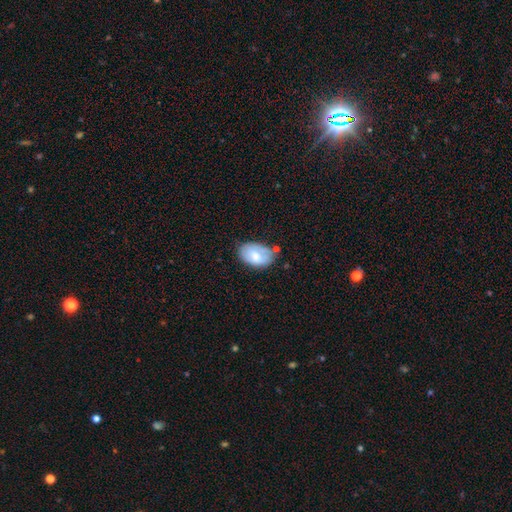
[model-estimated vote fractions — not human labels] A smooth galaxy with no disk features (72%) that is in between round and cigar-shaped (91%). Merging: none (58%).